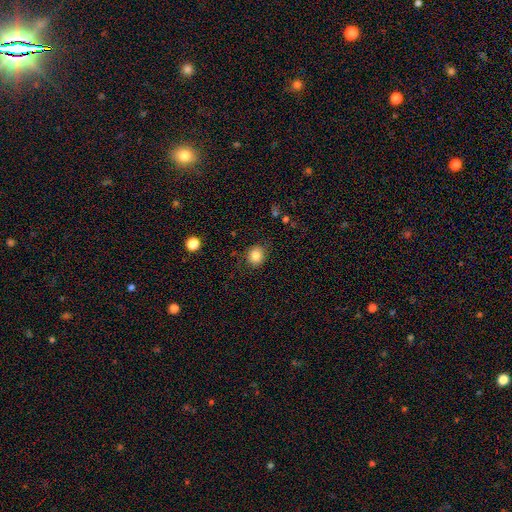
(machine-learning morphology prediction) smooth_or_featured: smooth (p=0.84) [alt: star or artifact p=0.10]
how_rounded: round (p=0.79) [alt: in between p=0.20]
merging: none (p=0.83) [alt: minor disturbance p=0.12]